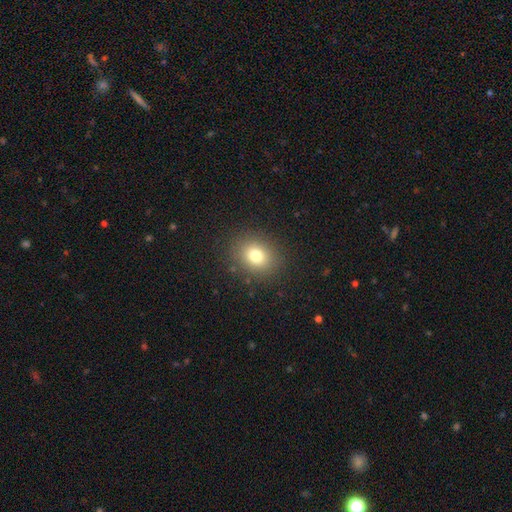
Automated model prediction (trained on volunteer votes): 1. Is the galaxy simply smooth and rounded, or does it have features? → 77% smooth, 13% star or artifact, 10% featured or disk.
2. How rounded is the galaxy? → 59% round, 40% in between, 1% cigar-shaped.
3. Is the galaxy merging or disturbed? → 87% none, 8% minor disturbance, 3% major disturbance, 1% merger.